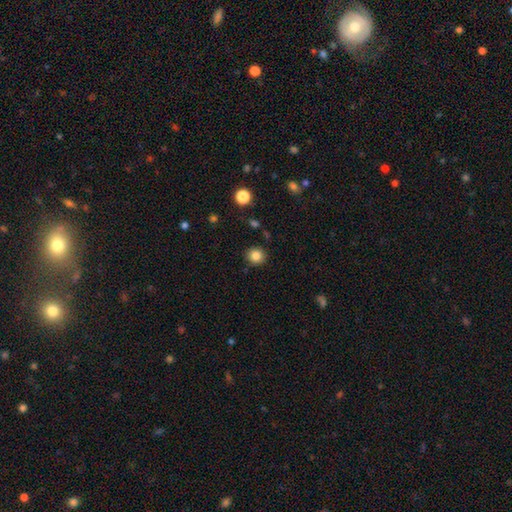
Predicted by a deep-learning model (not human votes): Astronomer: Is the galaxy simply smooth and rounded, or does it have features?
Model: smooth — 84%.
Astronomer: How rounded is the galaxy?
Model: round — 91%.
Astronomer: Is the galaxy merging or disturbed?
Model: none — 90%.